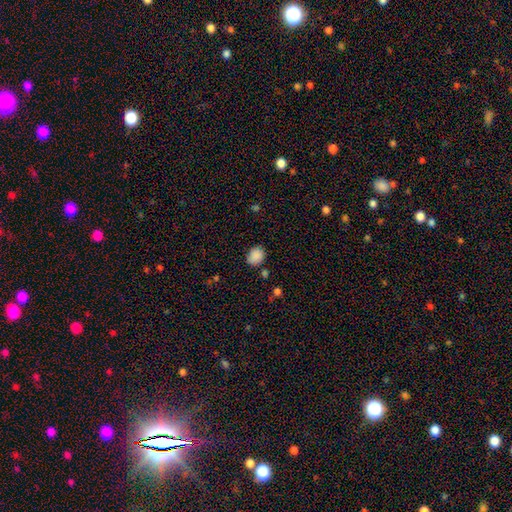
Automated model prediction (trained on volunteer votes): Morphology: type=smooth (87%); roundness=round (55%); merging=none (77%).